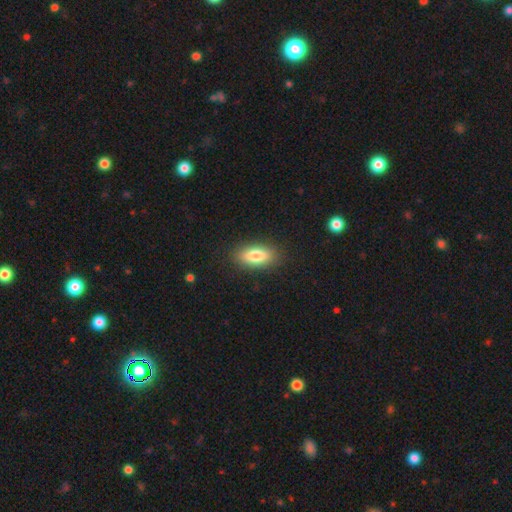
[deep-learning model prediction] Morphology: type=smooth (81%); roundness=in between (83%); merging=none (87%).